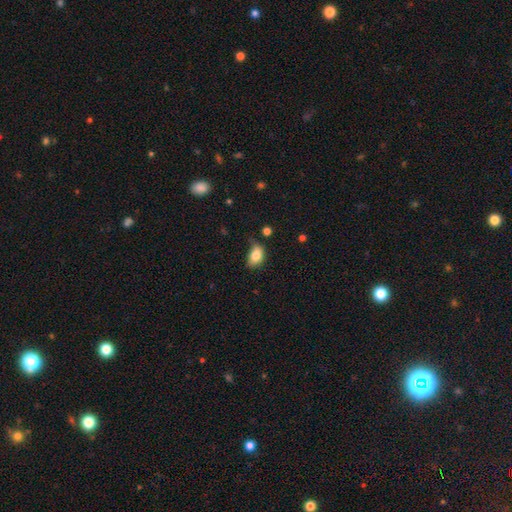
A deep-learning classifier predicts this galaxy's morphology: Smooth or featured? Predicted: smooth (p=0.82). How rounded? Predicted: in between (p=0.83). Merging? Predicted: none (p=0.48).